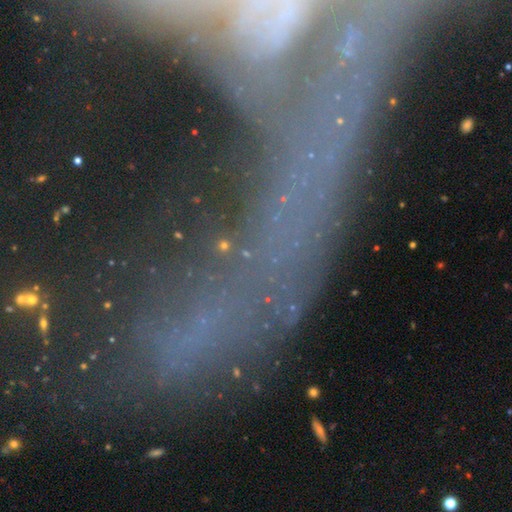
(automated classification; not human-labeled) smooth-or-featured: featured or disk: 46% | star or artifact: 34% | smooth: 19%
  merging: none: 40% | major disturbance: 23% | merger: 20% | minor disturbance: 17%